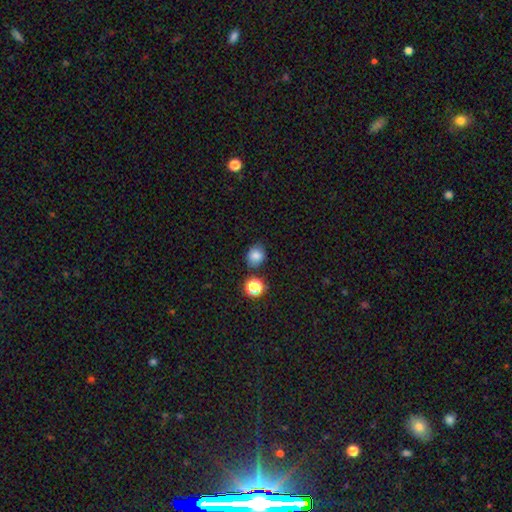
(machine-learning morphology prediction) Q: Smooth or featured?
A: smooth (81%); runner-up: star or artifact (14%)
Q: How rounded?
A: round (70%); runner-up: in between (29%)
Q: Merging?
A: none (77%); runner-up: minor disturbance (13%)